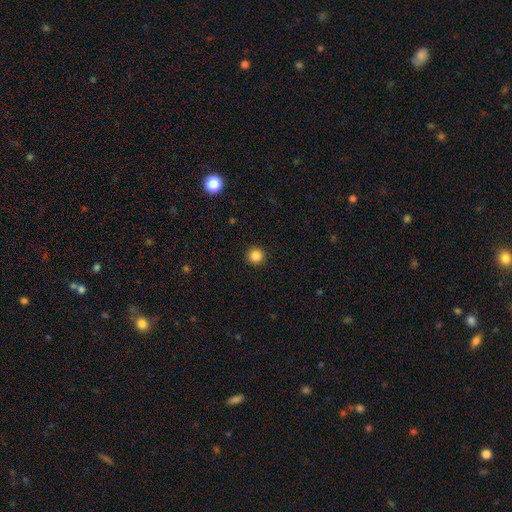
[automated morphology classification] type=smooth (85%); roundness=round (95%); merging=none (93%).